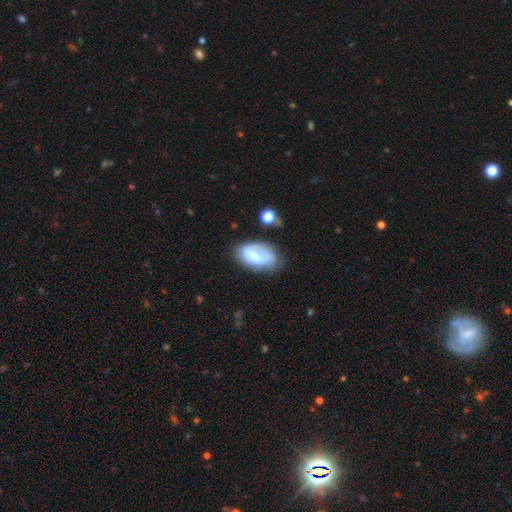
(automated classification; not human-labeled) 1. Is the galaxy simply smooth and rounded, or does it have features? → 66% smooth, 25% featured or disk, 9% star or artifact.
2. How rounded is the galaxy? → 92% in between, 5% round, 3% cigar-shaped.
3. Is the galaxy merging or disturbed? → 52% none, 29% minor disturbance, 12% major disturbance, 7% merger.